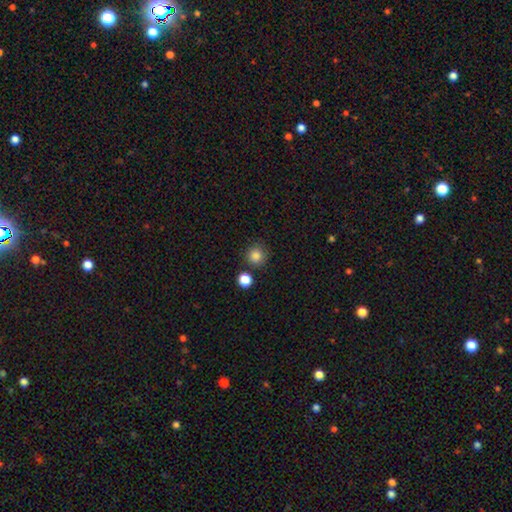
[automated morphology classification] smooth_or_featured: smooth (p=0.84) [alt: star or artifact p=0.12]
how_rounded: round (p=0.94) [alt: in between p=0.05]
merging: none (p=0.84) [alt: minor disturbance p=0.07]